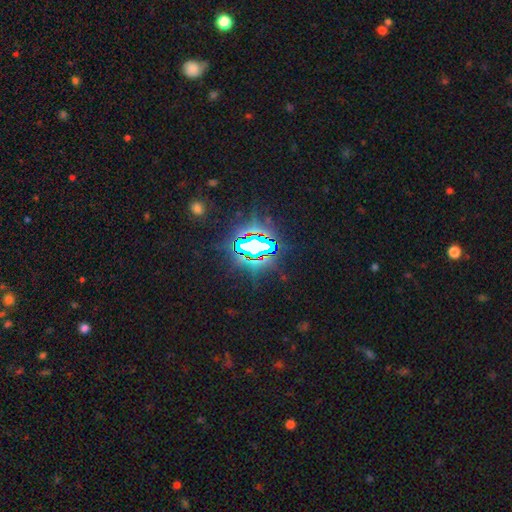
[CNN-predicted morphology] smooth-or-featured: star or artifact: 79% | smooth: 11% | featured or disk: 10%